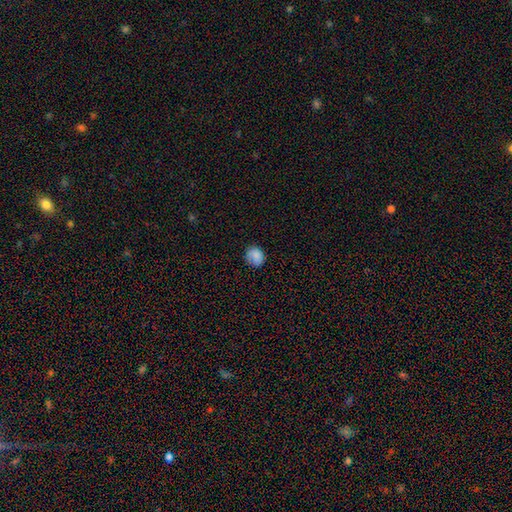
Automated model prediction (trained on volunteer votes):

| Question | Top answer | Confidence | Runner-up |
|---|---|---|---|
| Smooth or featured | smooth | 85% | star or artifact (9%) |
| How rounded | round | 71% | in between (28%) |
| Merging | none | 78% | minor disturbance (17%) |